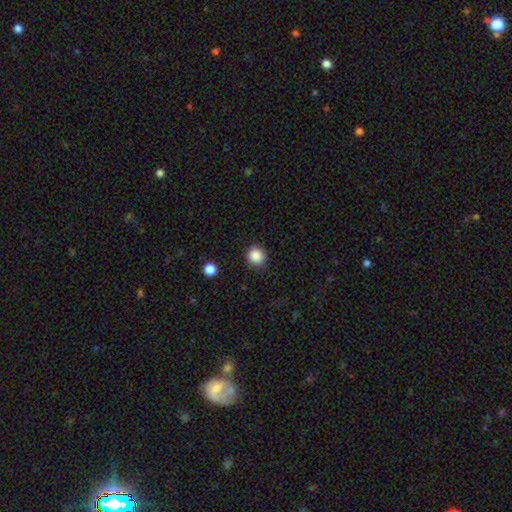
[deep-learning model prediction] smooth-or-featured: smooth: 87% | star or artifact: 10% | featured or disk: 3%
  how-rounded: round: 87% | in between: 12% | cigar-shaped: 1%
  merging: none: 87% | minor disturbance: 9% | major disturbance: 3% | merger: 1%